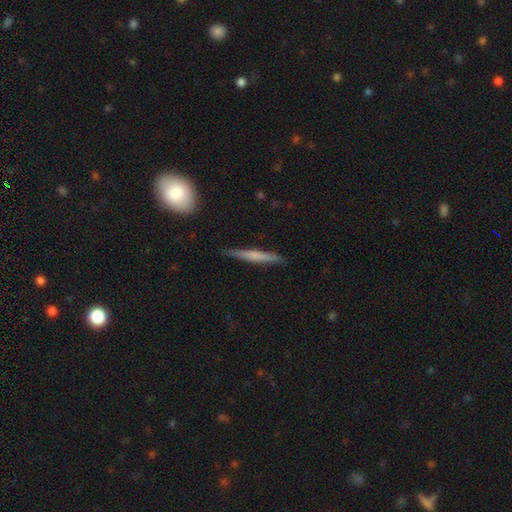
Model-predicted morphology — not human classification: This appears to be a smooth galaxy with no disk features (54%) that is cigar-shaped (95%). Merging: none (87%).